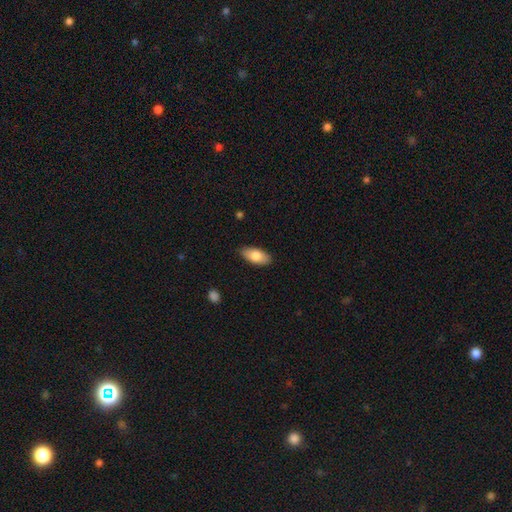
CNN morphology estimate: This is clearly a smooth galaxy (81%). How rounded: clearly in between (90%). Merging: clearly none (85%).